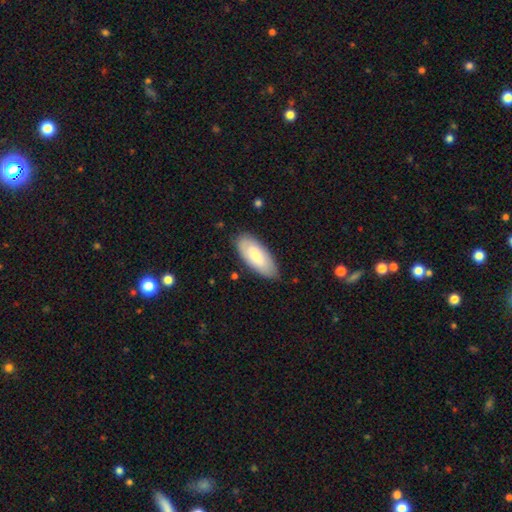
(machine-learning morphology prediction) smooth-or-featured: smooth: 76% | featured or disk: 19% | star or artifact: 5%
  how-rounded: in between: 85% | cigar-shaped: 13% | round: 2%
  merging: none: 80% | minor disturbance: 16% | major disturbance: 3% | merger: 1%